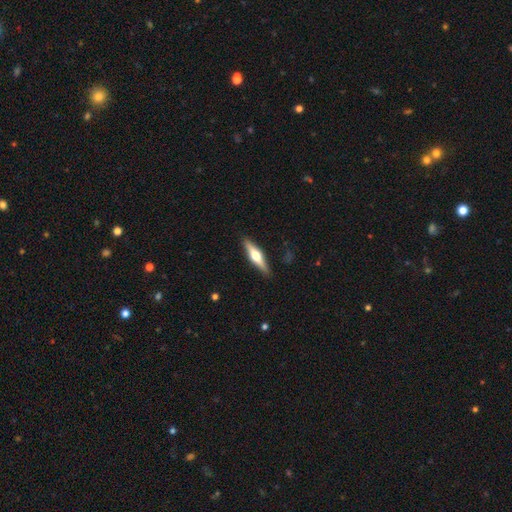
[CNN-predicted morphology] Q: Smooth or featured?
A: featured or disk (62%); runner-up: smooth (33%)
Q: Edge-on disk?
A: yes (96%); runner-up: no (4%)
Q: Edge-on bulge?
A: rounded (94%); runner-up: boxy (4%)
Q: Merging?
A: none (89%); runner-up: minor disturbance (8%)